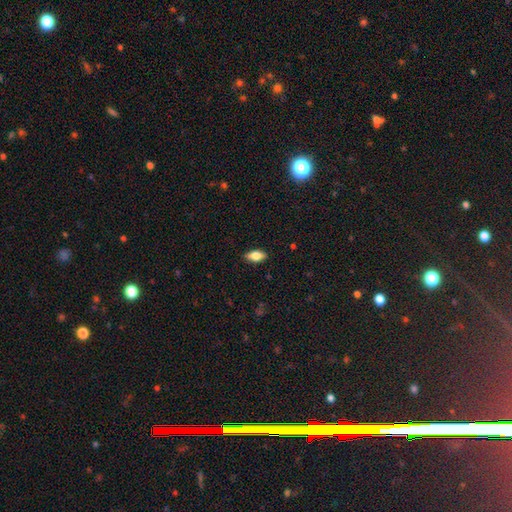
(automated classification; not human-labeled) Overall: smooth (77%). How rounded: in between (88%). Merging: none (88%).